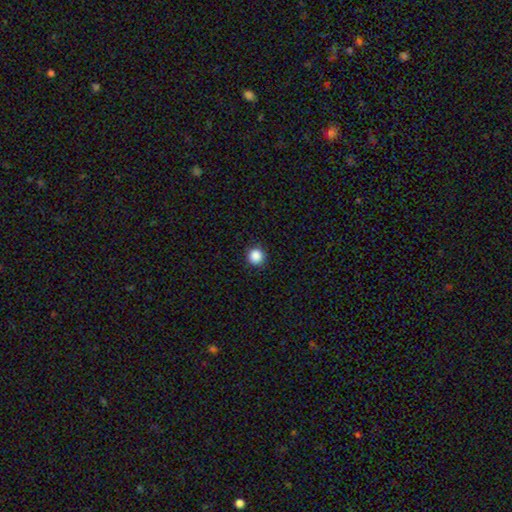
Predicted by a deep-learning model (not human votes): Morphology: type=smooth (88%); roundness=round (95%); merging=none (92%).